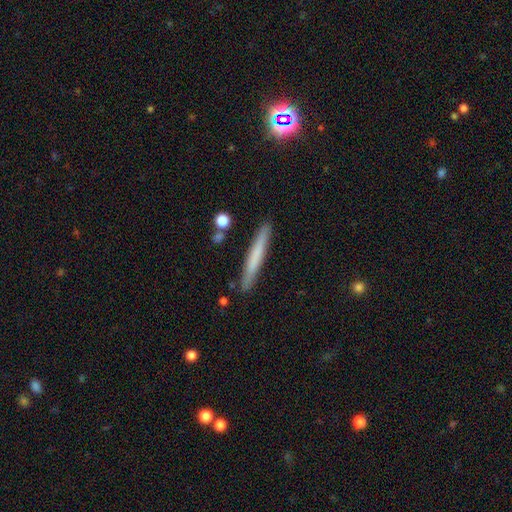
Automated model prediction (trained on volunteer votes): Q: Smooth or featured?
A: smooth (62%); runner-up: featured or disk (31%)
Q: How rounded?
A: cigar-shaped (96%); runner-up: in between (2%)
Q: Merging?
A: none (89%); runner-up: minor disturbance (8%)